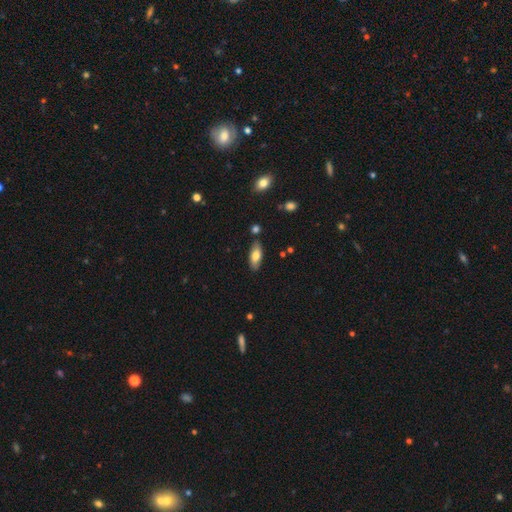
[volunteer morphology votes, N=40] Smooth or featured?
  - smooth: 75% *
  - featured or disk: 15%
  - star or artifact: 10%
How rounded?
  - in between: 50% * (tied)
  - cigar-shaped: 50% * (tied)
  - round: 0%
Merging?
  - none: 75% *
  - minor disturbance: 17%
  - major disturbance: 6%
  - merger: 3%